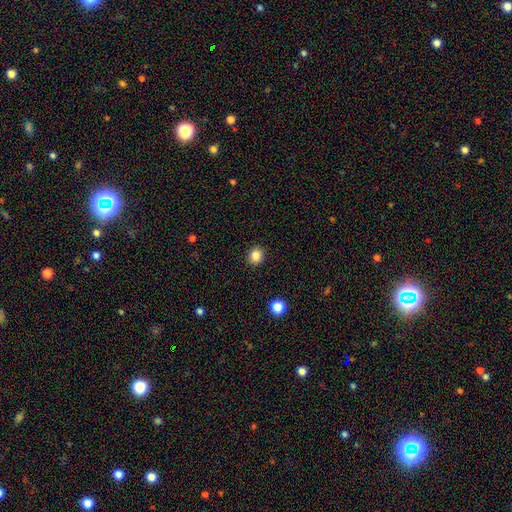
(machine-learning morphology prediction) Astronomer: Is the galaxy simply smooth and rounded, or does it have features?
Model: smooth — 84%.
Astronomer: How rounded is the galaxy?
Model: round — 78%.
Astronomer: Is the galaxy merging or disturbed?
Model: none — 91%.